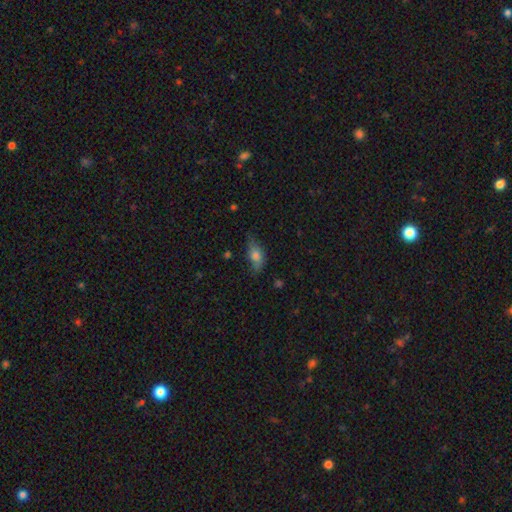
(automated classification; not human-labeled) Morphology: type=smooth (69%); roundness=in between (80%); merging=none (53%).